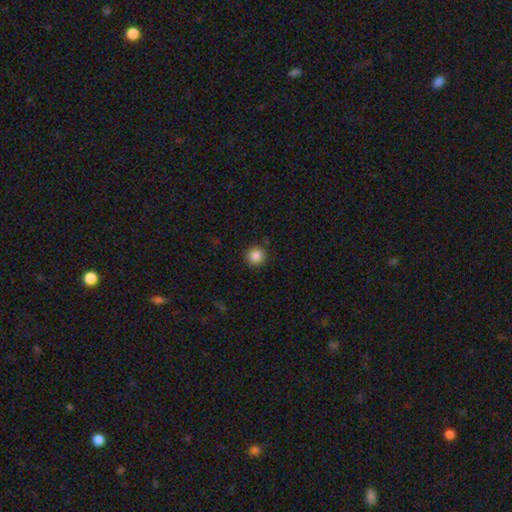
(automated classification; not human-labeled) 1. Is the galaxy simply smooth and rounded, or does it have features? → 87% smooth, 10% star or artifact, 3% featured or disk.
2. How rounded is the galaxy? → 93% round, 6% in between, 1% cigar-shaped.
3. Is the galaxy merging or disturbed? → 88% none, 8% minor disturbance, 2% major disturbance, 1% merger.